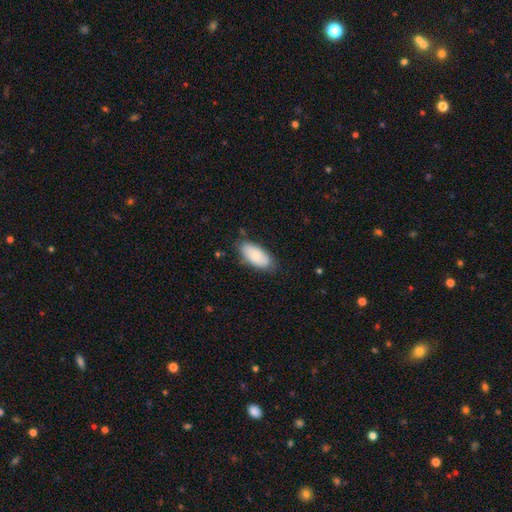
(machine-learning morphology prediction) Smooth or featured: smooth — 82% (featured or disk — 12%)
How rounded: in between — 90% (cigar-shaped — 8%)
Merging: none — 75% (minor disturbance — 20%)